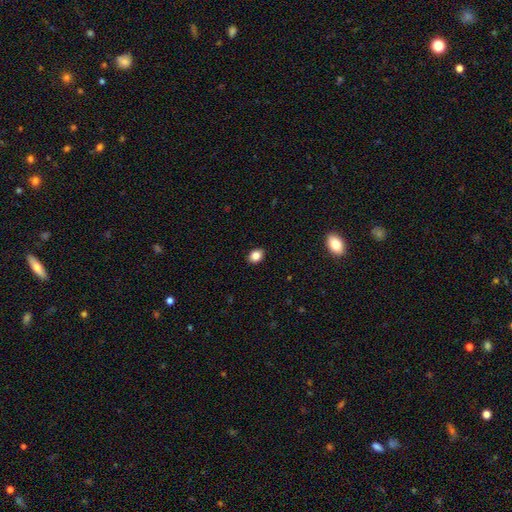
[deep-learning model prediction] Smooth or featured? Predicted: smooth (p=0.85). How rounded? Predicted: in between (p=0.64). Merging? Predicted: none (p=0.90).